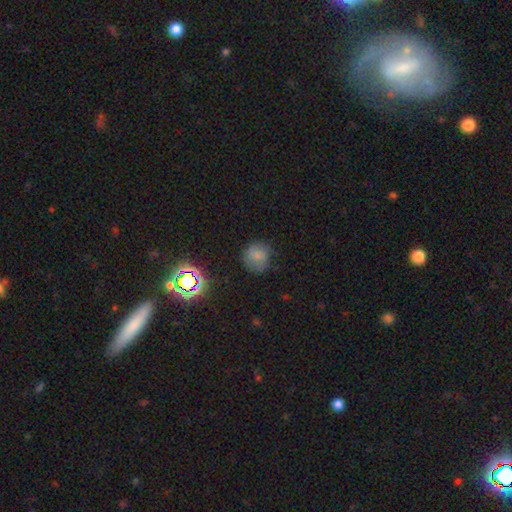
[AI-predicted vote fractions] Overall: smooth (71%). How rounded: round (87%). Merging: none (72%).